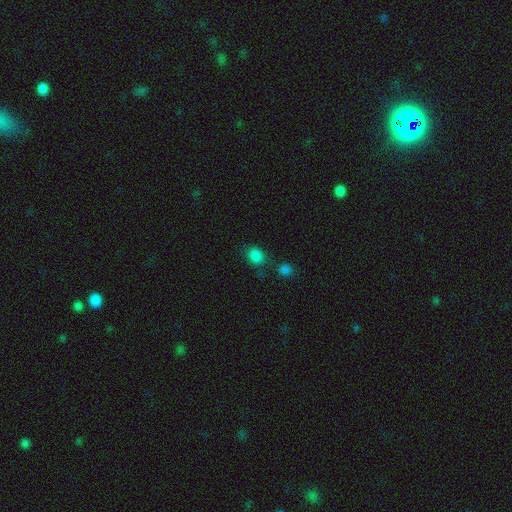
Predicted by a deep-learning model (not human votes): Smooth or featured? smooth (82%)
How rounded? round (61%)
Merging? none (69%)